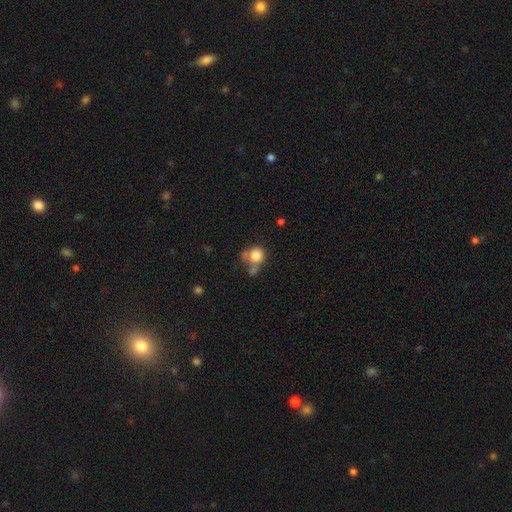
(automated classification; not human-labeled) Smooth or featured: smooth — 81% (star or artifact — 10%)
How rounded: round — 85% (in between — 14%)
Merging: none — 49% (merger — 26%)